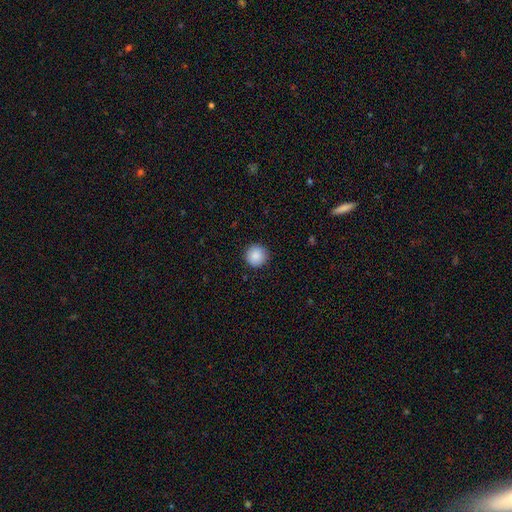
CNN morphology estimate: This is clearly a smooth galaxy (89%). How rounded: clearly round (96%). Merging: clearly none (91%).